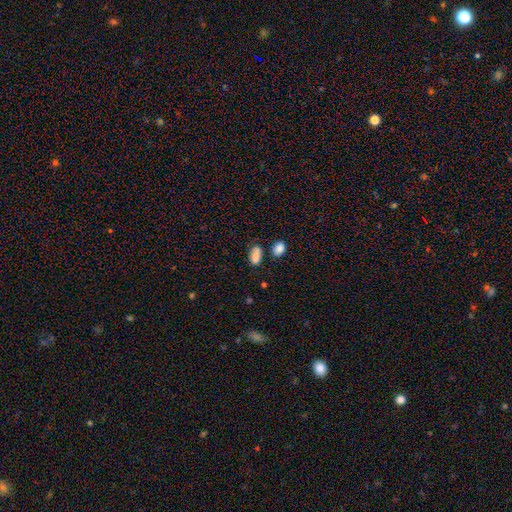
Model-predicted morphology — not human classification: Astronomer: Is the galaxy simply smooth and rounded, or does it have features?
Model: smooth — 83%.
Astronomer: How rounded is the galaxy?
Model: in between — 90%.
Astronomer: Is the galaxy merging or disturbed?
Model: none — 62%.